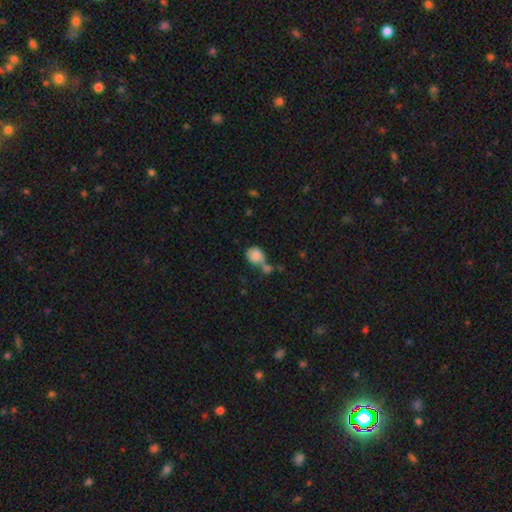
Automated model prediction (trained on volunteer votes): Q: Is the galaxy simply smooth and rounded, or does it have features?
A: smooth — 83%.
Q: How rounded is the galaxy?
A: round — 71%.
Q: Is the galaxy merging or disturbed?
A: merger — 48%.